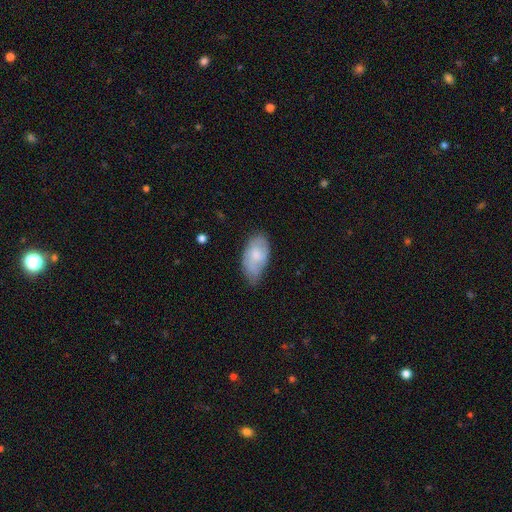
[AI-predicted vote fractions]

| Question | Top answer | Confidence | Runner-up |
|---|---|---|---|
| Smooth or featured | smooth | 65% | featured or disk (29%) |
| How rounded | in between | 94% | round (3%) |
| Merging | none | 50% | minor disturbance (40%) |